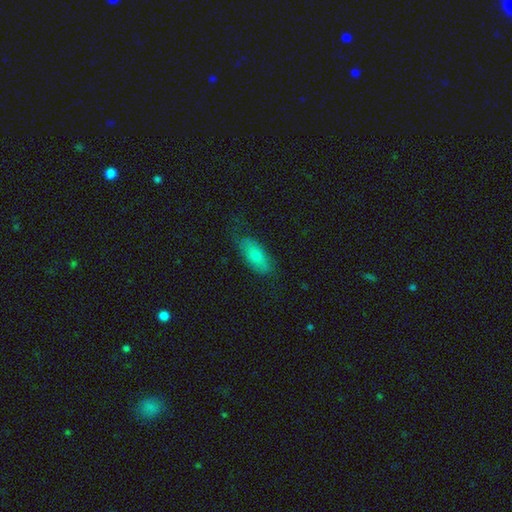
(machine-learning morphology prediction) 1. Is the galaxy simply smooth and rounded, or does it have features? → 74% smooth, 20% featured or disk, 7% star or artifact.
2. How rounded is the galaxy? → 83% in between, 14% cigar-shaped, 3% round.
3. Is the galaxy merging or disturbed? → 63% none, 26% minor disturbance, 9% major disturbance, 1% merger.